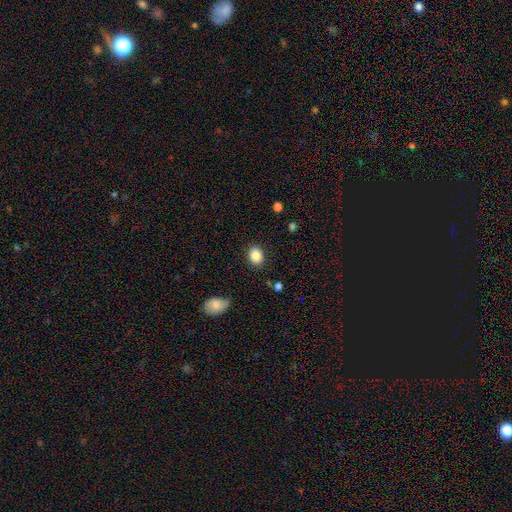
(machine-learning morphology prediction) Smooth or featured? smooth (86%)
How rounded? in between (58%)
Merging? none (87%)